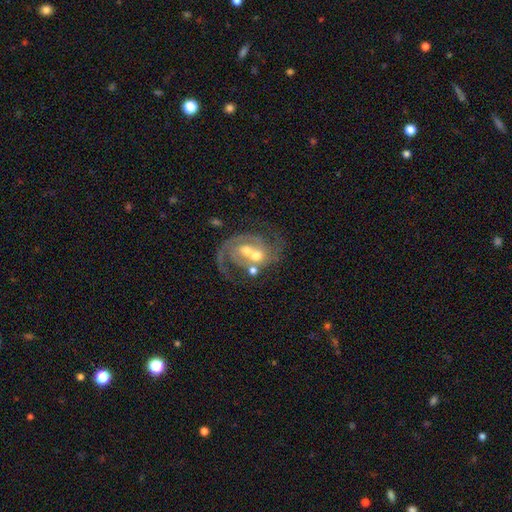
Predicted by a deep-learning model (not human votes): smooth_or_featured: featured or disk (p=0.82) [alt: smooth p=0.11]
disk_edge_on: no (p=0.97) [alt: yes p=0.03]
bar: no (p=0.57) [alt: weak p=0.32]
has_spiral_arms: yes (p=0.91) [alt: no p=0.09]
spiral_winding: medium (p=0.48) [alt: tight p=0.26]
spiral_arm_count: 2 (p=0.69) [alt: 1 p=0.14]
bulge_size: moderate (p=0.64) [alt: small p=0.24]
merging: merger (p=0.41) [alt: none p=0.32]